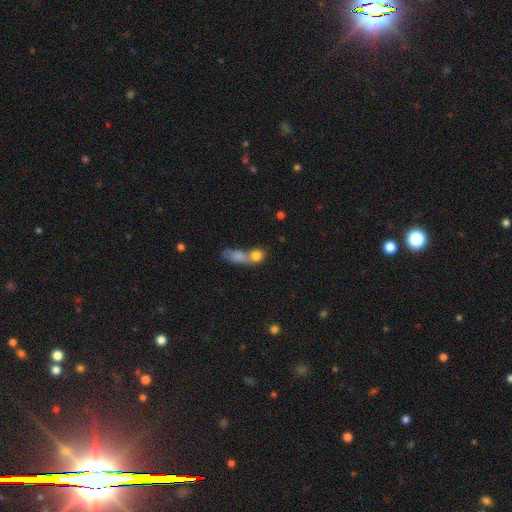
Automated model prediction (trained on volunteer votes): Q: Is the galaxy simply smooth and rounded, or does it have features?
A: smooth — 78%.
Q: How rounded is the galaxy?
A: round — 53%.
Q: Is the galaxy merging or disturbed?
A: merger — 61%.